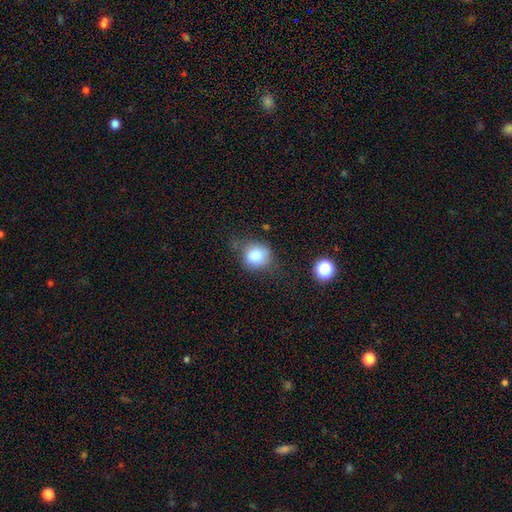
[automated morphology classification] Smooth or featured? smooth (82%)
How rounded? round (79%)
Merging? none (63%)